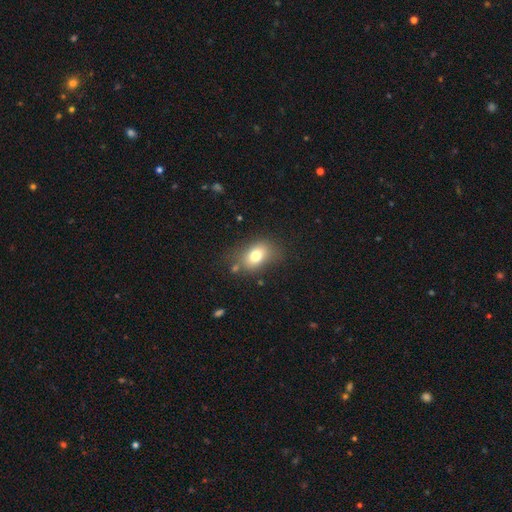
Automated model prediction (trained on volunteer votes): Smooth or featured? Predicted: smooth (p=0.76). How rounded? Predicted: in between (p=0.79). Merging? Predicted: none (p=0.69).